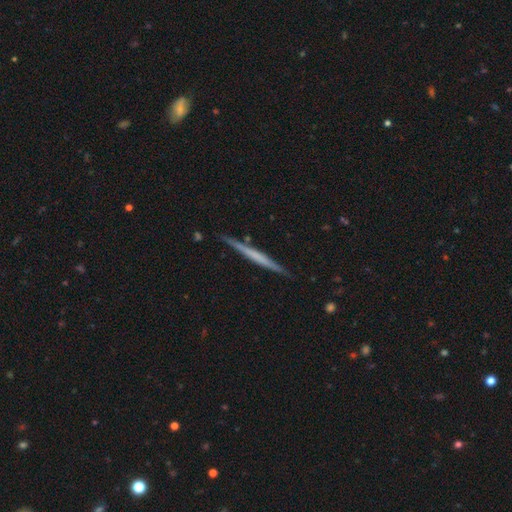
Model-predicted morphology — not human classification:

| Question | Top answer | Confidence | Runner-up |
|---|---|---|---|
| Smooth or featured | featured or disk | 57% | smooth (38%) |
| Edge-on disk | yes | 98% | no (2%) |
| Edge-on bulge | none | 82% | rounded (10%) |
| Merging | none | 88% | minor disturbance (9%) |